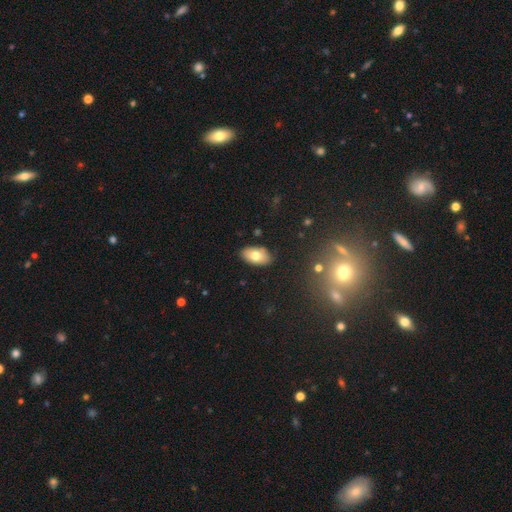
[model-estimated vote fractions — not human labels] A smooth galaxy with no disk features (73%) that is in between round and cigar-shaped (93%). Merging: none (85%).